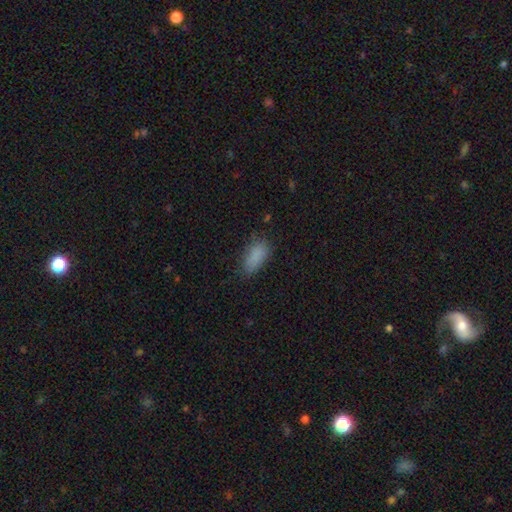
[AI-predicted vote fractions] This appears to be a smooth galaxy with no disk features (85%) that is in between round and cigar-shaped (88%). Merging: none (72%).